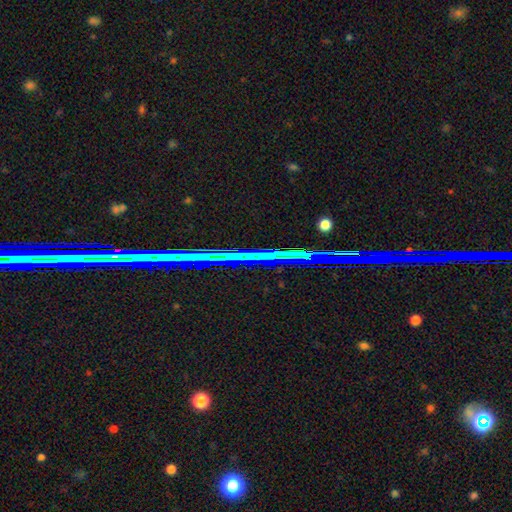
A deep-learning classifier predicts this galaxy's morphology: This is likely a star or artifact rather than a galaxy (73%).